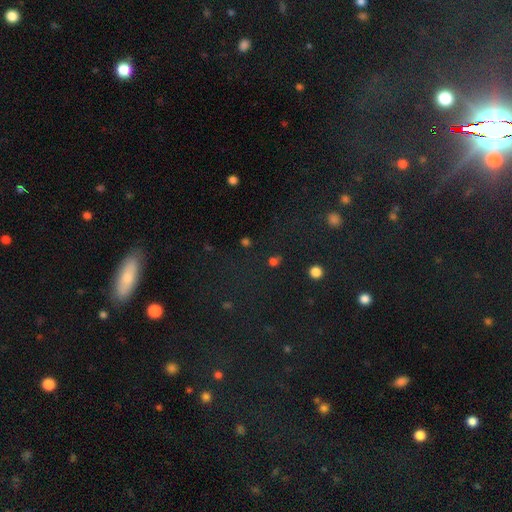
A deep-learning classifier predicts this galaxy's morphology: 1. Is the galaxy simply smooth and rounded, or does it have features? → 51% star or artifact, 34% smooth, 15% featured or disk.